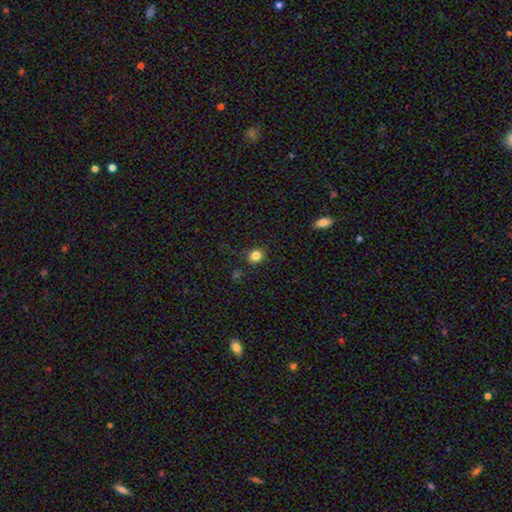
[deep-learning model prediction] Smooth or featured? Predicted: smooth (p=0.83). How rounded? Predicted: round (p=0.85). Merging? Predicted: none (p=0.87).